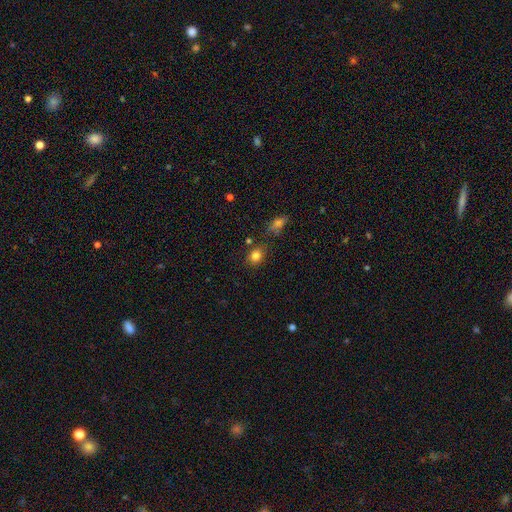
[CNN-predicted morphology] smooth 82%, star or artifact 11%, featured or disk 7%. Down the decision tree: how rounded — round (56%); merging — none (77%).